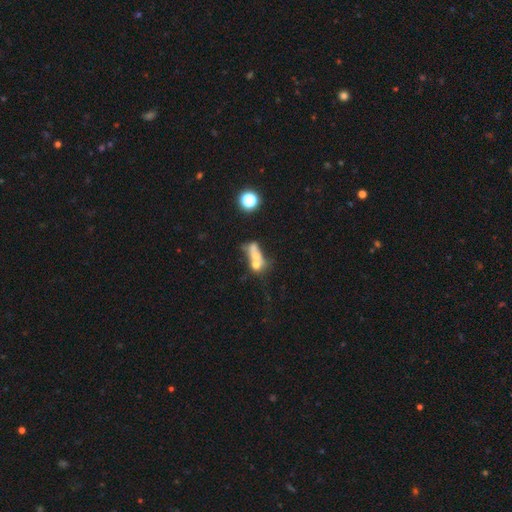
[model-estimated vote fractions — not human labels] Morphology: type=smooth (51%); roundness=in between (49%); merging=merger (62%).